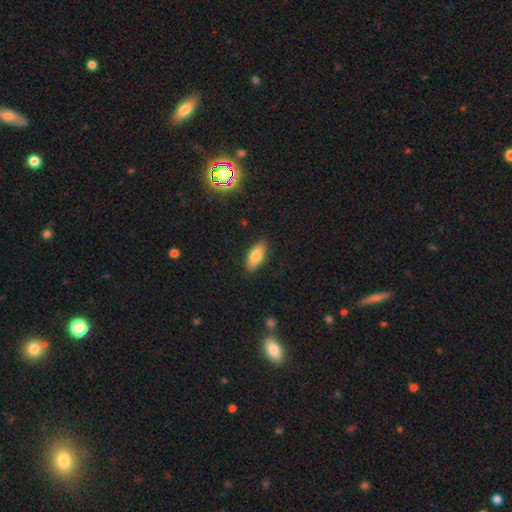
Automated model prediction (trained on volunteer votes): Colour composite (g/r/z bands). It shows a smooth galaxy with no disk features (76%) that is in between round and cigar-shaped (79%). Merging: none (87%).